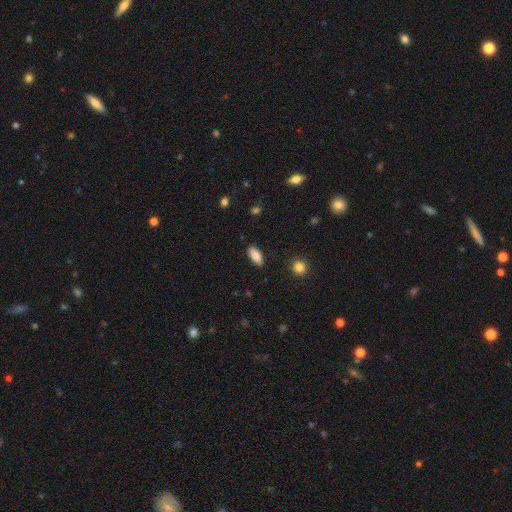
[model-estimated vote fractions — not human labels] Morphology: type=smooth (85%); roundness=in between (84%); merging=none (88%).